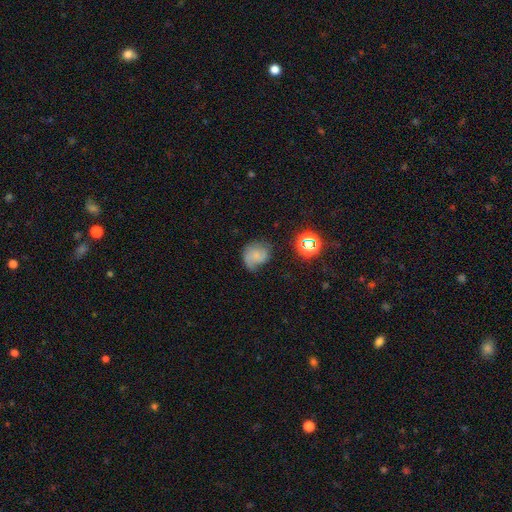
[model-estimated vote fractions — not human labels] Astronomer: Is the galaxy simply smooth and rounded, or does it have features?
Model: smooth — 47% (runner-up: featured or disk, 39%).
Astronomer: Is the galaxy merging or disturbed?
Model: none — 49% (runner-up: minor disturbance, 31%).